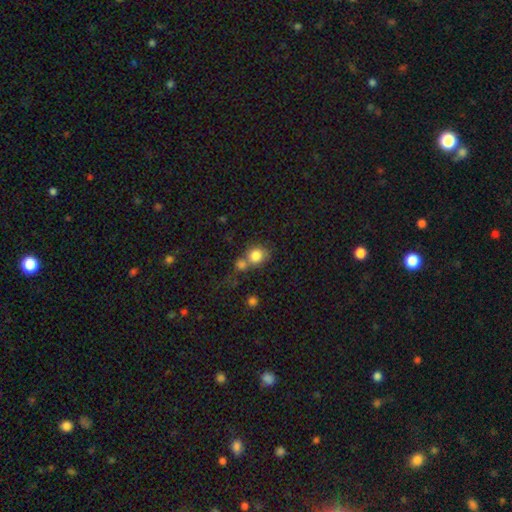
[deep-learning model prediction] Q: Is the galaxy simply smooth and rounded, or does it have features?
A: smooth — 82%.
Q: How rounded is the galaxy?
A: round — 75%.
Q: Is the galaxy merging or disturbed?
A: merger — 43%.